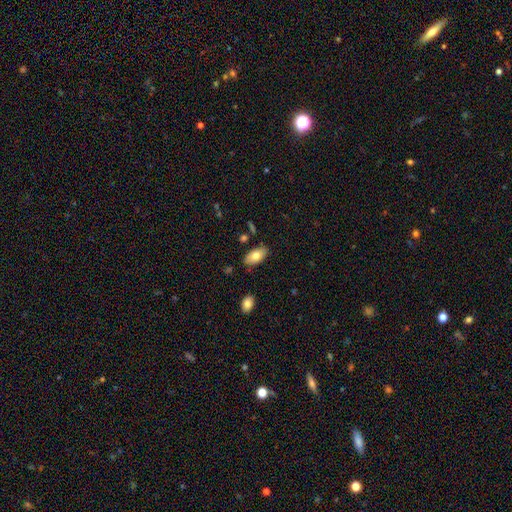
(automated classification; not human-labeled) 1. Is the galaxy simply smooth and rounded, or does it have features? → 75% smooth, 19% featured or disk, 7% star or artifact.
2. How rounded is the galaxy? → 94% in between, 3% round, 3% cigar-shaped.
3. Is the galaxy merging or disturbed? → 83% none, 12% minor disturbance, 3% merger, 2% major disturbance.